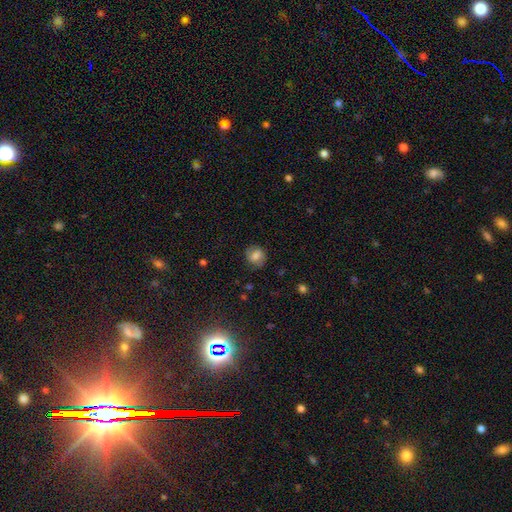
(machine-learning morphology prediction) smooth 48%, featured or disk 41%, star or artifact 11%. Down the decision tree: merging — none (78%).